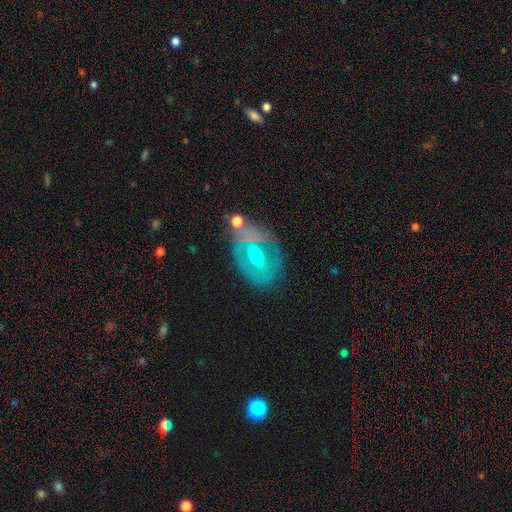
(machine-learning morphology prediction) Overall: featured or disk (65%; smooth 26%). Edge-on disk: no (92%). Bar: no (46%; weak 37%). Spiral arms: no (63%; yes 37%). Bulge size: moderate (63%; small 27%). Merging: none (56%; minor disturbance 22%).